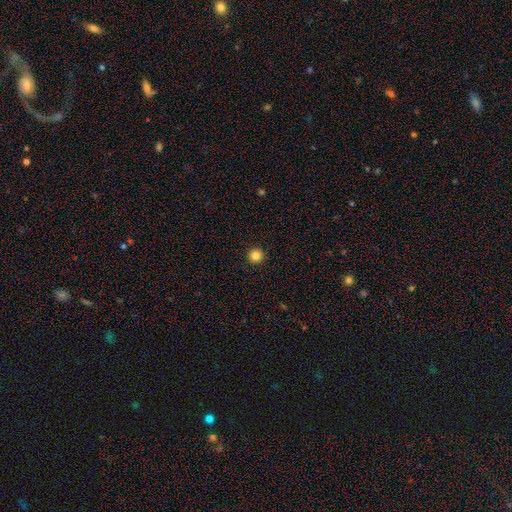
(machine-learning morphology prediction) type=smooth (84%); roundness=round (96%); merging=none (93%).